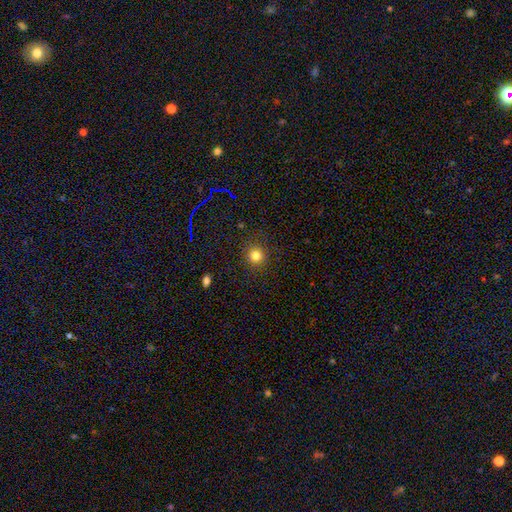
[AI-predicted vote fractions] This appears to be a smooth galaxy with no disk features (81%) that is round (92%). Merging: none (89%).